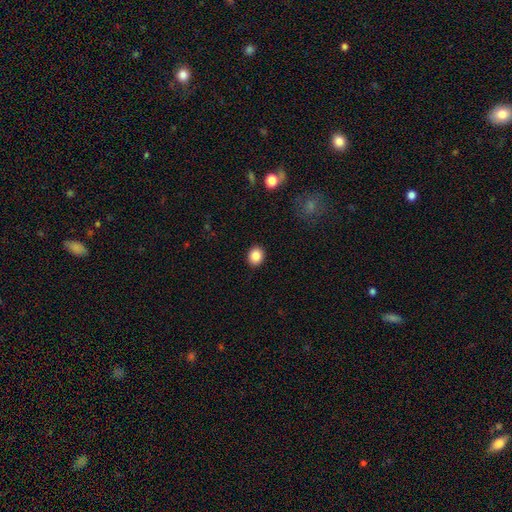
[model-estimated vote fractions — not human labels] Smooth or featured? smooth (86%)
How rounded? round (64%)
Merging? none (91%)